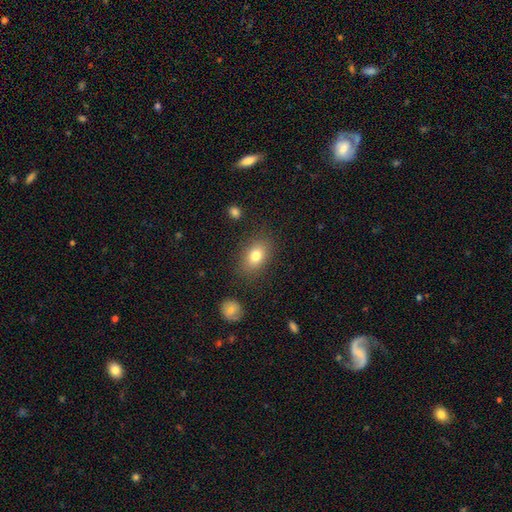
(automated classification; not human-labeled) smooth-or-featured: smooth: 80% | featured or disk: 11% | star or artifact: 10%
  how-rounded: in between: 79% | round: 19% | cigar-shaped: 2%
  merging: none: 82% | minor disturbance: 12% | major disturbance: 4% | merger: 2%